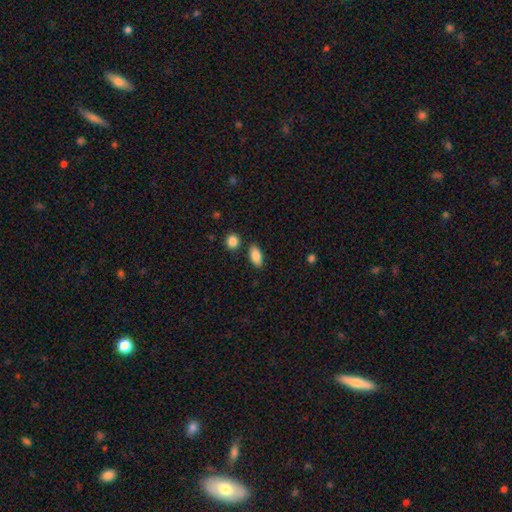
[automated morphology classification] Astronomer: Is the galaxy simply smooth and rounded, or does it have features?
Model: smooth — 86%.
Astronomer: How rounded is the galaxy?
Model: in between — 90%.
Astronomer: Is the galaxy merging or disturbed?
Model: none — 84%.